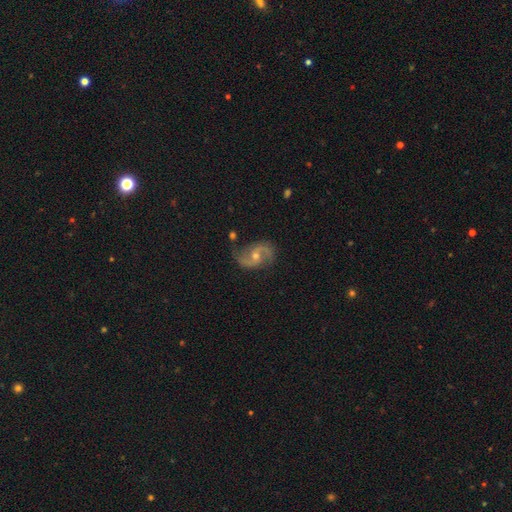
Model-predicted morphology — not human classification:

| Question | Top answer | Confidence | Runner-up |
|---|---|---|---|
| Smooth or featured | featured or disk | 88% | star or artifact (6%) |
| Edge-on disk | no | 98% | yes (2%) |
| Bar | no | 49% | weak (41%) |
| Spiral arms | yes | 97% | no (3%) |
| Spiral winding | medium | 48% | loose (40%) |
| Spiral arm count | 2 | 93% | can't tell (2%) |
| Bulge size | moderate | 55% | small (40%) |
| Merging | none | 79% | minor disturbance (14%) |